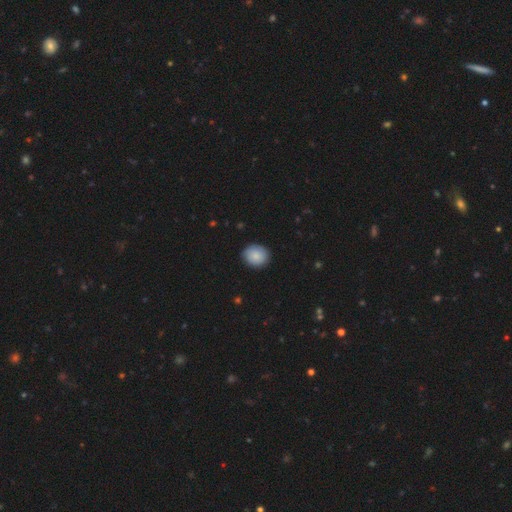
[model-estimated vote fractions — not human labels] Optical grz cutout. It shows a smooth galaxy with no disk features (83%) that is round (75%). Merging: none (86%).